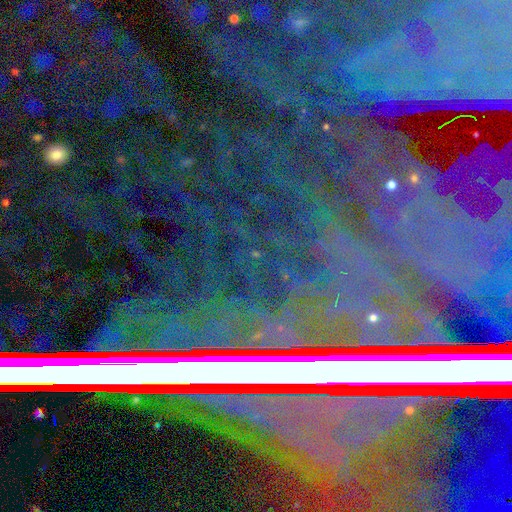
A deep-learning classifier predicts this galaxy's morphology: The model was most divided on "smooth or featured": star or artifact: 77%, featured or disk: 15%, smooth: 8%.